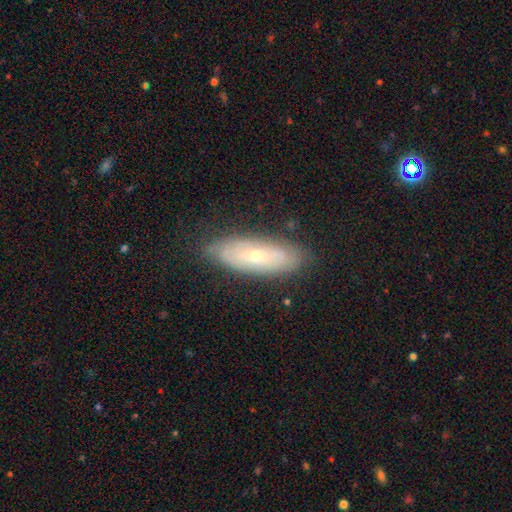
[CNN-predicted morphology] This is possibly a featured or disk galaxy (57%). It is likely not viewed edge-on (75%). Merging: likely none (80%).